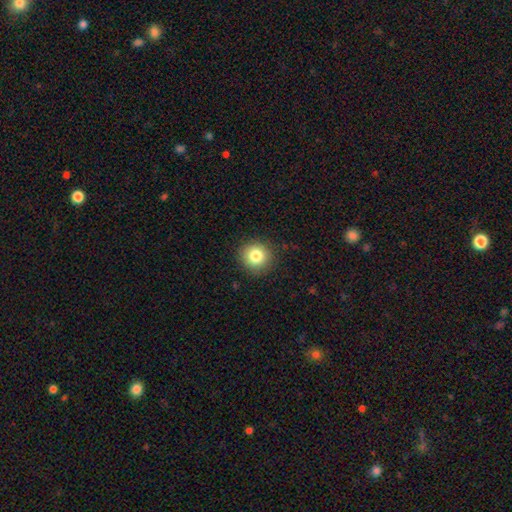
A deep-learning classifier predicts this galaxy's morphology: This appears to be a smooth galaxy with no disk features (82%) that is round (92%). Merging: none (90%).